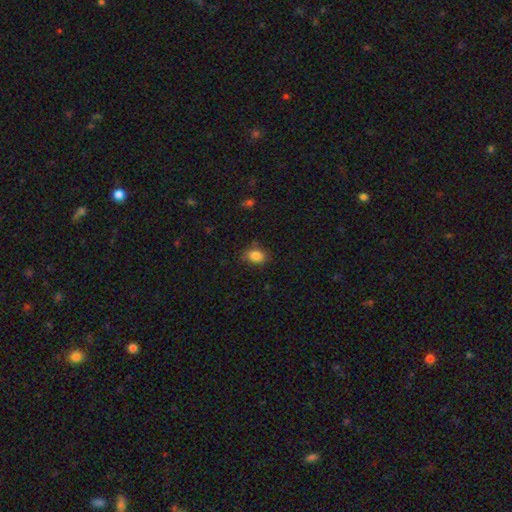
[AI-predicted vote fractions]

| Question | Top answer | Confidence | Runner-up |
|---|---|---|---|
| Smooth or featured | smooth | 85% | star or artifact (9%) |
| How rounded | in between | 68% | round (30%) |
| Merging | none | 76% | minor disturbance (18%) |